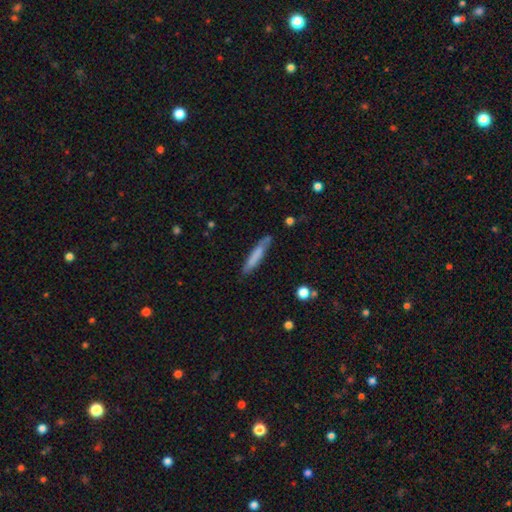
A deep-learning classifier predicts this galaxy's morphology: This is likely a smooth galaxy (71%). How rounded: clearly cigar-shaped (91%). Merging: likely none (79%).